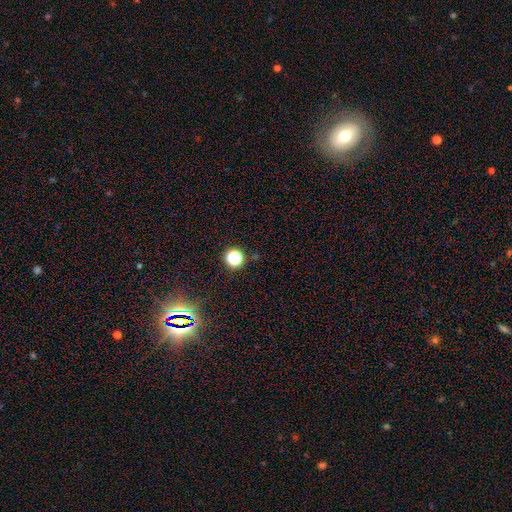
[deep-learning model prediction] Smooth or featured?
  - star or artifact: 67% *
  - smooth: 26%
  - featured or disk: 7%